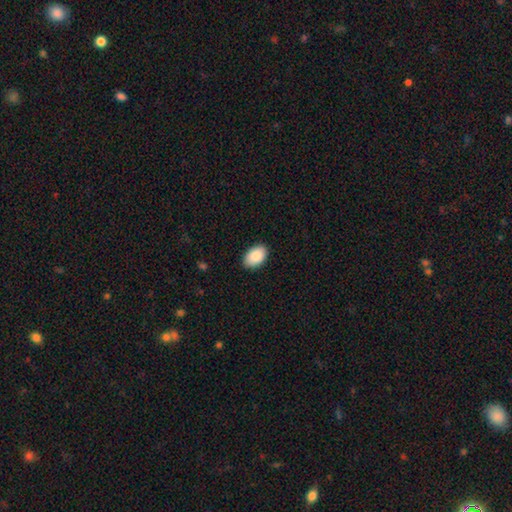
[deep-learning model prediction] Smooth or featured: smooth — 89% (star or artifact — 6%)
How rounded: in between — 92% (round — 7%)
Merging: none — 89% (minor disturbance — 9%)